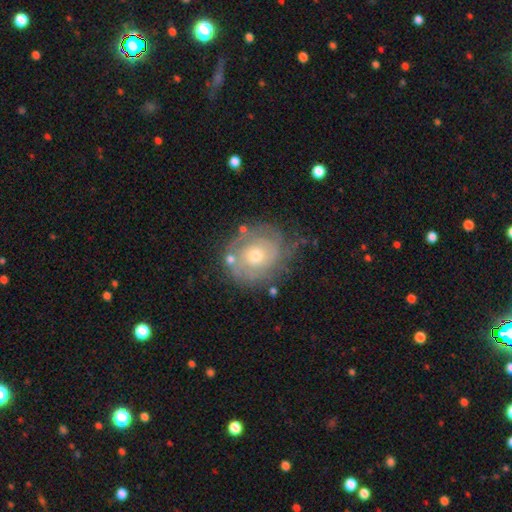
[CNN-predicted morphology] The model was most divided on "bulge size": moderate: 56%, small: 39%, large: 3%, none: 1%, dominant: 1%. Remaining: edge-on disk — no (97%); bar — no (83%); spiral arms — yes (77%); smooth or featured — featured or disk (70%); spiral winding — tight (69%); merging — none (65%); spiral arm count — can't tell (48%).